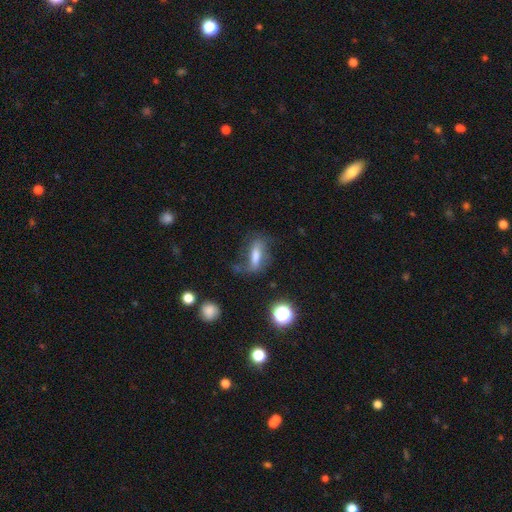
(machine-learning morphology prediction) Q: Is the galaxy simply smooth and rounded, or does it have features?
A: smooth — 55%.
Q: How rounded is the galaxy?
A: in between — 56%.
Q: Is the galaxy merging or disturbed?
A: none — 54%.